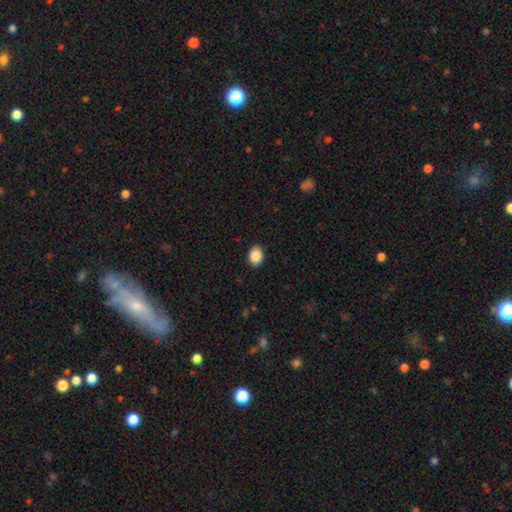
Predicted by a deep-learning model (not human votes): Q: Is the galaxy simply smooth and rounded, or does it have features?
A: smooth — 89%.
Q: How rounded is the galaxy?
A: in between — 73%.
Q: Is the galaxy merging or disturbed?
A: none — 91%.